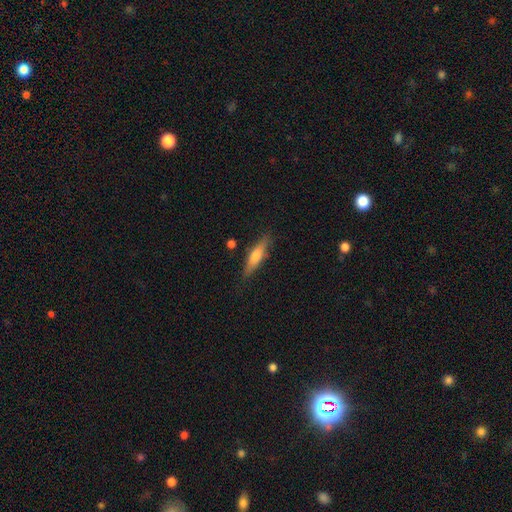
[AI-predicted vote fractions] Smooth or featured: smooth — 50% (featured or disk — 43%)
How rounded: cigar-shaped — 79% (in between — 19%)
Merging: none — 84% (minor disturbance — 11%)